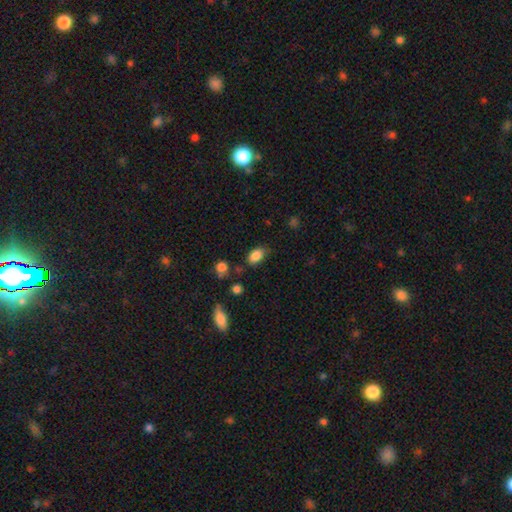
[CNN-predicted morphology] Smooth or featured? smooth (86%)
How rounded? in between (88%)
Merging? none (71%)